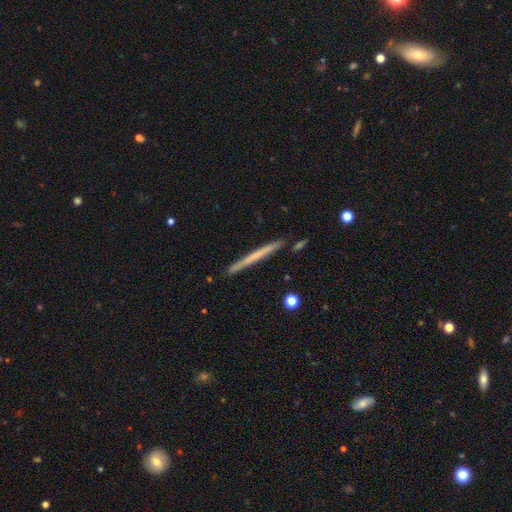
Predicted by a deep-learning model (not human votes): Overall: smooth (48%; featured or disk 46%). Merging: none (90%).